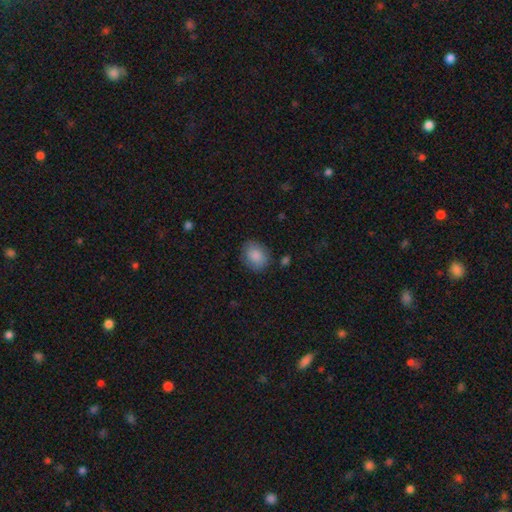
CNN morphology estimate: Smooth or featured? Predicted: smooth (p=0.86). How rounded? Predicted: round (p=0.52). Merging? Predicted: none (p=0.81).